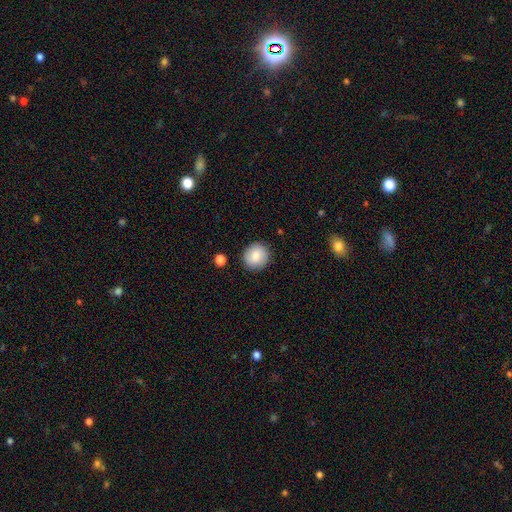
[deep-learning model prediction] smooth_or_featured: smooth (p=0.83) [alt: featured or disk p=0.09]
how_rounded: round (p=0.90) [alt: in between p=0.09]
merging: none (p=0.89) [alt: minor disturbance p=0.07]